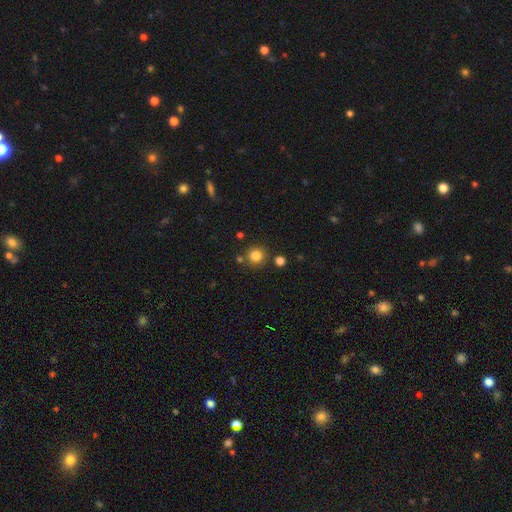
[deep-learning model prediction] smooth-or-featured: smooth: 82% | star or artifact: 12% | featured or disk: 5%
  how-rounded: round: 93% | in between: 6% | cigar-shaped: 1%
  merging: none: 82% | minor disturbance: 8% | merger: 7% | major disturbance: 3%